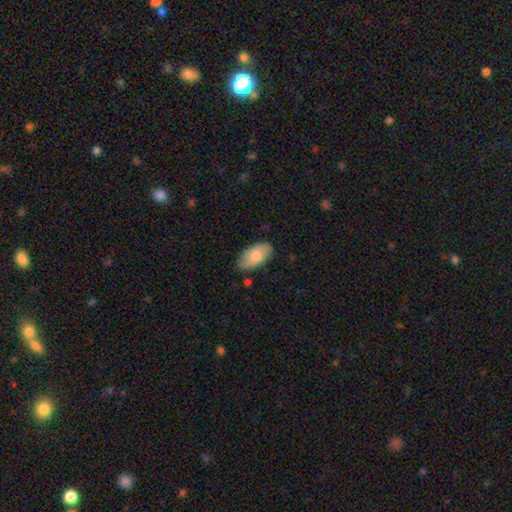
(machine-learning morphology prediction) smooth-or-featured: smooth: 65% | featured or disk: 28% | star or artifact: 6%
  how-rounded: in between: 94% | round: 3% | cigar-shaped: 3%
  merging: none: 74% | minor disturbance: 20% | major disturbance: 4% | merger: 2%